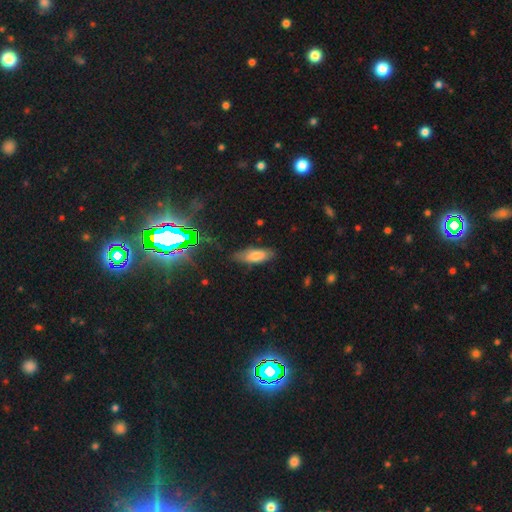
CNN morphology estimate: Overall: smooth (71%). How rounded: in between (68%; cigar-shaped 30%). Merging: none (74%).